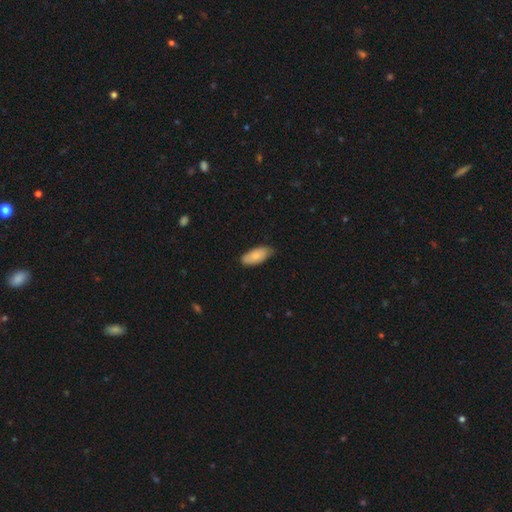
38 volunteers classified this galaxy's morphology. Smooth or featured? smooth (74%)
How rounded? in between (96%)
Merging? none (71%)